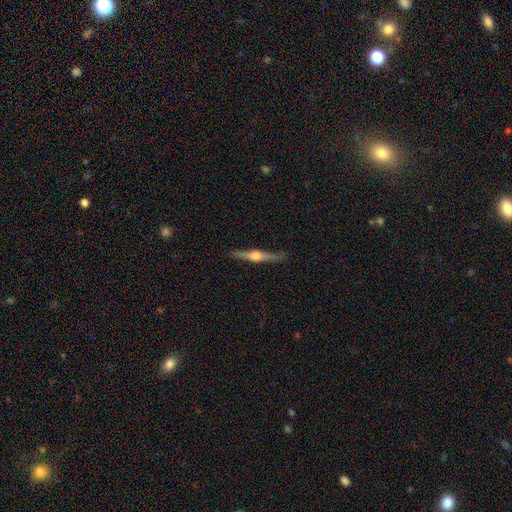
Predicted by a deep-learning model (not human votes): Q: Smooth or featured?
A: featured or disk (78%); runner-up: smooth (17%)
Q: Edge-on disk?
A: yes (98%); runner-up: no (2%)
Q: Edge-on bulge?
A: rounded (94%); runner-up: boxy (4%)
Q: Merging?
A: none (90%); runner-up: minor disturbance (8%)